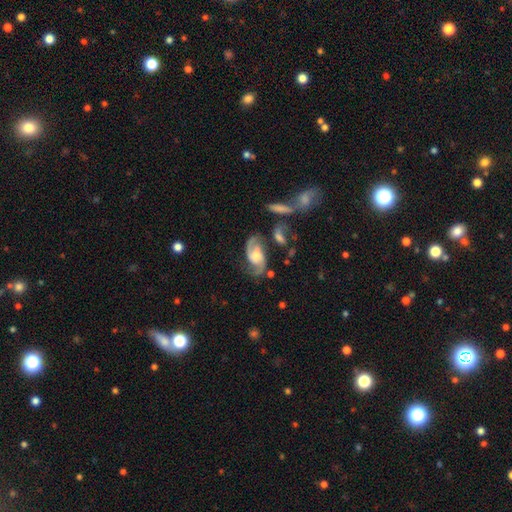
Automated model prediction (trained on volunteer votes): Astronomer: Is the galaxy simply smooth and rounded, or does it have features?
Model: featured or disk — 83%.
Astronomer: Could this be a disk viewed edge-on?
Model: no — 96%.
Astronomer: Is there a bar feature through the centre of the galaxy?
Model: no — 52% (runner-up: weak, 39%).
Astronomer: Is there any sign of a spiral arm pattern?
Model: yes — 96%.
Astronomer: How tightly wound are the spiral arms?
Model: medium — 49% (runner-up: loose, 34%).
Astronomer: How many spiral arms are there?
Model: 2 — 89%.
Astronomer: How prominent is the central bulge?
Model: moderate — 48% (runner-up: small, 26%).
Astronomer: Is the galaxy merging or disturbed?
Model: none — 63%.